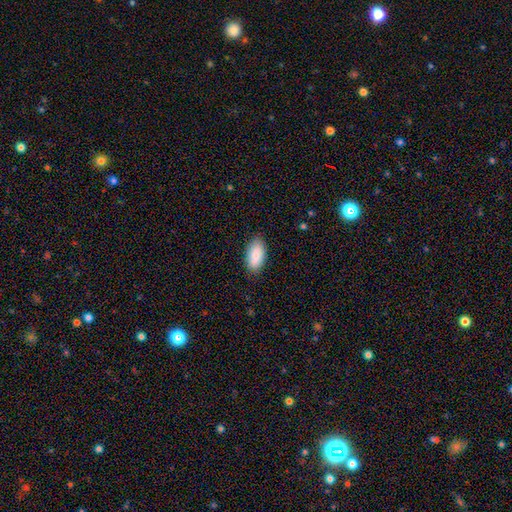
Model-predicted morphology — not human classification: Smooth or featured?
  - smooth: 86% *
  - featured or disk: 7%
  - star or artifact: 6%
How rounded?
  - in between: 94% *
  - cigar-shaped: 3%
  - round: 2%
Merging?
  - none: 85% *
  - minor disturbance: 11%
  - major disturbance: 2%
  - merger: 1%